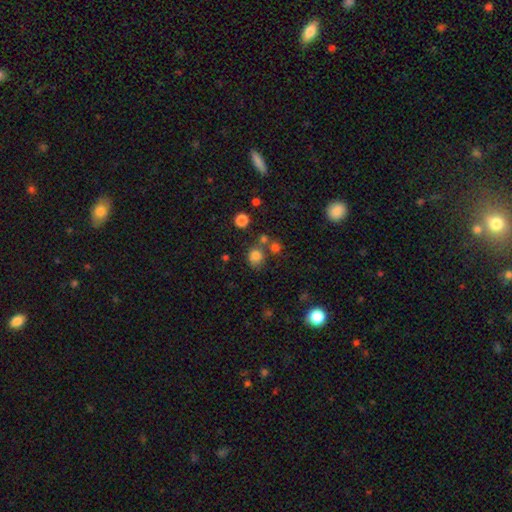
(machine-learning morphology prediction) smooth_or_featured: smooth (p=0.79) [alt: star or artifact p=0.15]
how_rounded: round (p=0.81) [alt: in between p=0.18]
merging: none (p=0.66) [alt: merger p=0.17]